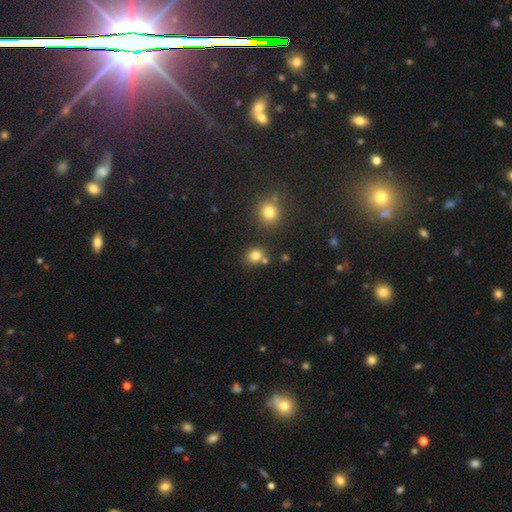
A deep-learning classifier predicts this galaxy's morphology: Smooth or featured?
  - smooth: 80% *
  - star or artifact: 14%
  - featured or disk: 6%
How rounded?
  - round: 74% *
  - in between: 25%
  - cigar-shaped: 1%
Merging?
  - none: 72% *
  - merger: 15%
  - minor disturbance: 10%
  - major disturbance: 3%